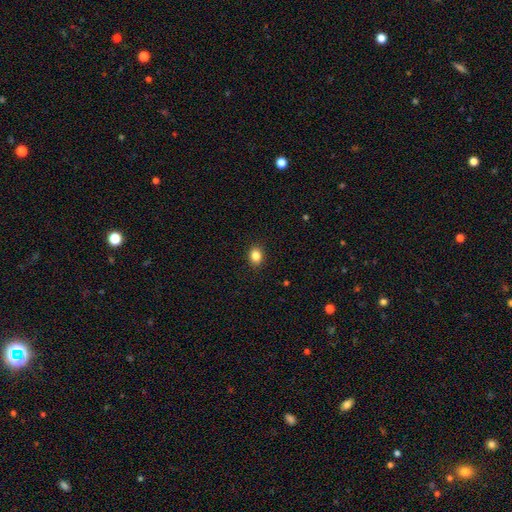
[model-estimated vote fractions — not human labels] A smooth galaxy with no disk features (85%) that is in between round and cigar-shaped (56%). Merging: none (90%).